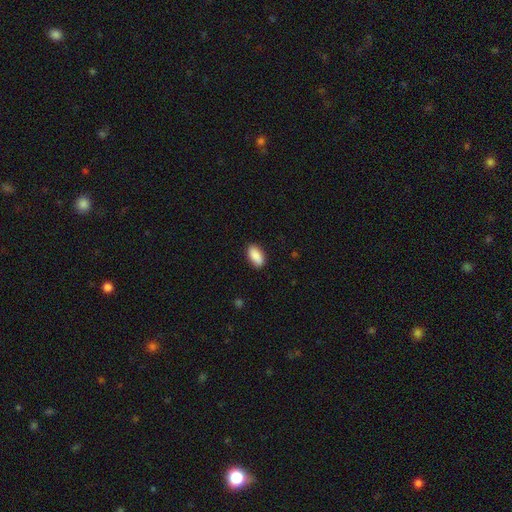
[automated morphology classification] Overall: smooth (89%). How rounded: in between (92%). Merging: none (87%).